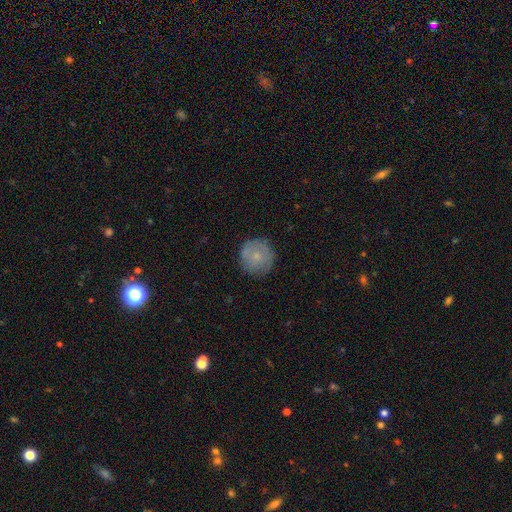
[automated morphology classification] A smooth galaxy with no disk features (71%) that is round (94%). Merging: none (82%).